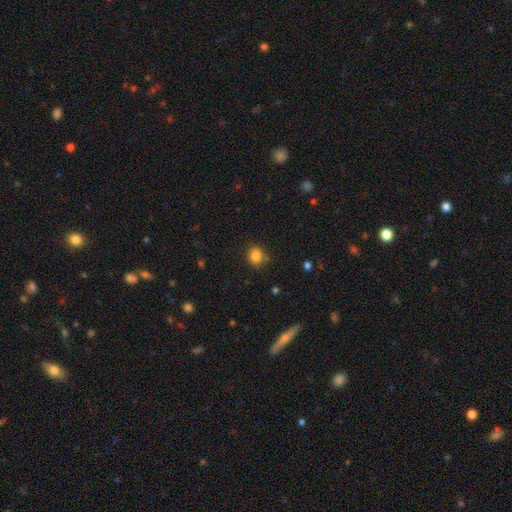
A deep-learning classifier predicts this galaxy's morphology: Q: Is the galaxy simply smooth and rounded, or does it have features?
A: smooth — 84%.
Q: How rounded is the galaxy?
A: round — 59%.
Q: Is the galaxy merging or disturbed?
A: none — 80%.